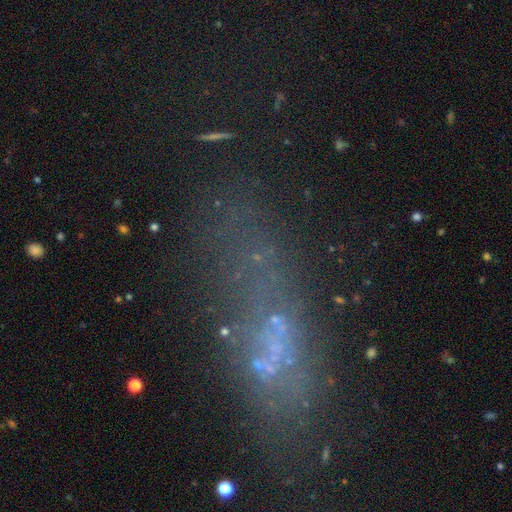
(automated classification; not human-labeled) star or artifact 40%, featured or disk 35%, smooth 26%.